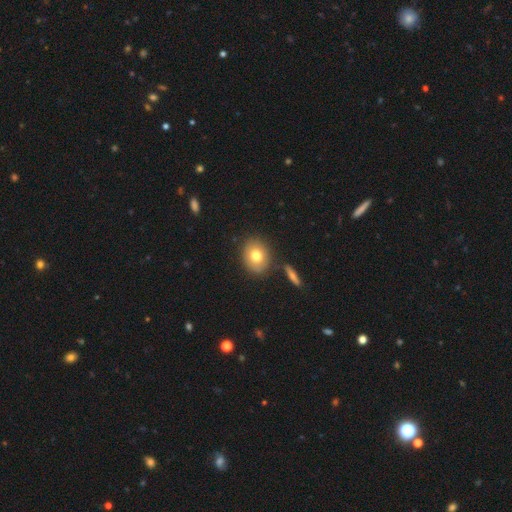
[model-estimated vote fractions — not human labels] The model was most divided on "how rounded": round: 54%, in between: 44%, cigar-shaped: 1%. More confident: merging — none (80%); smooth or featured — smooth (75%).